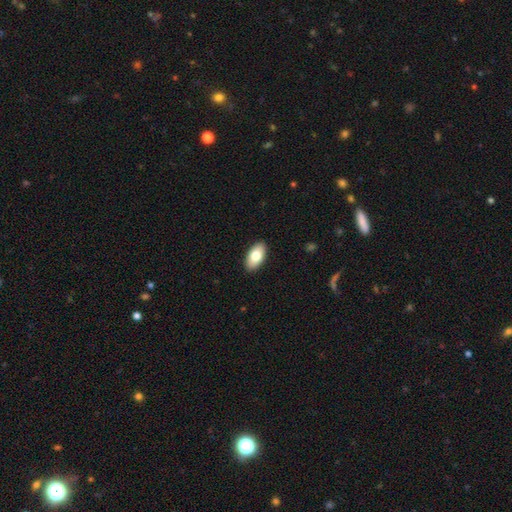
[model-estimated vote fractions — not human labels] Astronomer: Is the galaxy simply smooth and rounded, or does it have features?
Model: smooth — 79%.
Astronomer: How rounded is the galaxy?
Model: in between — 94%.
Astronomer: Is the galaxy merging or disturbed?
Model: none — 90%.